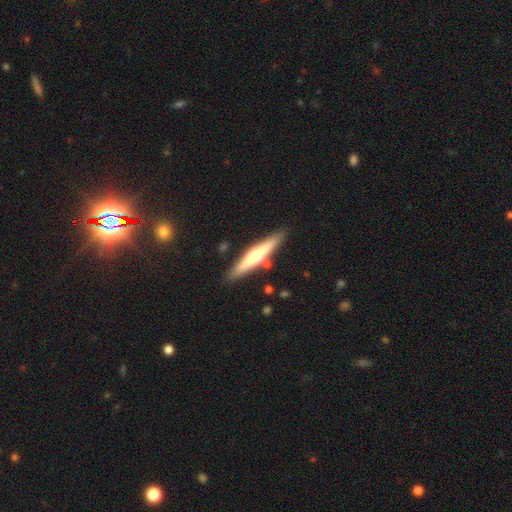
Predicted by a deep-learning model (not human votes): Smooth or featured?
  - featured or disk: 53% *
  - smooth: 42%
  - star or artifact: 5%
Edge-on disk?
  - yes: 94% *
  - no: 6%
Merging?
  - none: 85% *
  - minor disturbance: 9%
  - merger: 4%
  - major disturbance: 2%